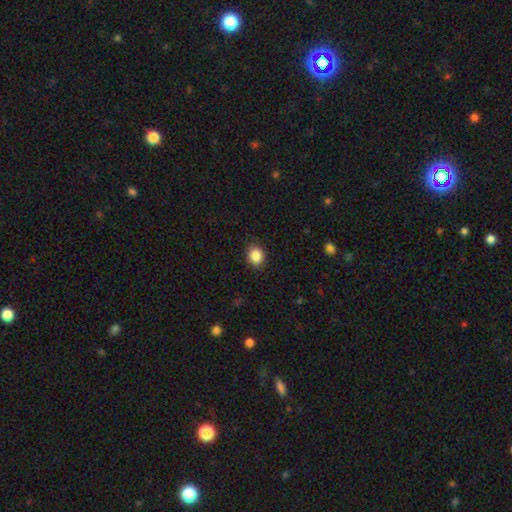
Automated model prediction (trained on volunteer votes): Q: Smooth or featured?
A: smooth (87%); runner-up: star or artifact (9%)
Q: How rounded?
A: round (61%); runner-up: in between (38%)
Q: Merging?
A: none (89%); runner-up: minor disturbance (8%)